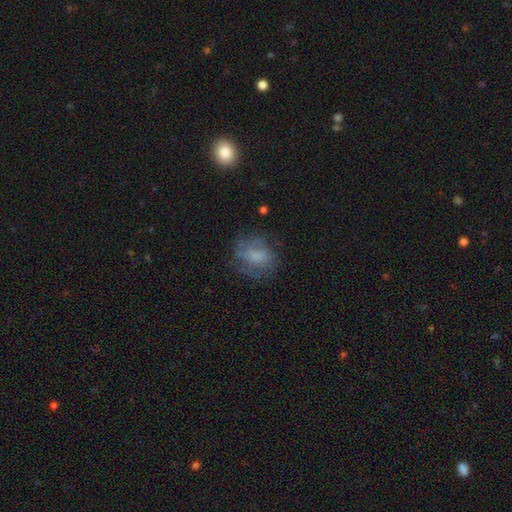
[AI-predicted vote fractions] This appears to be a smooth galaxy with no disk features (56%) that is in between round and cigar-shaped (56%). Merging: none (58%).